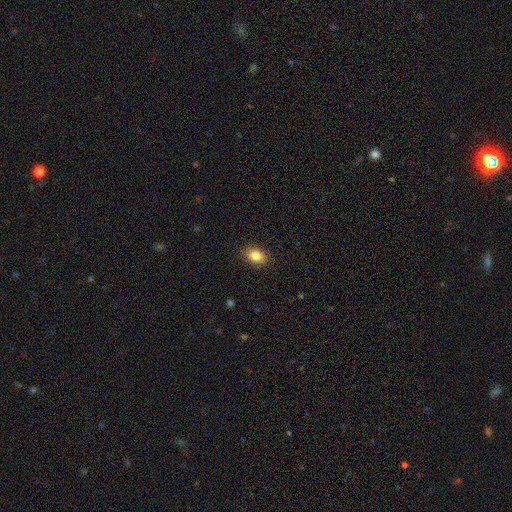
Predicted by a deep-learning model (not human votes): A smooth galaxy with no disk features (83%) that is in between round and cigar-shaped (80%). Merging: none (88%).